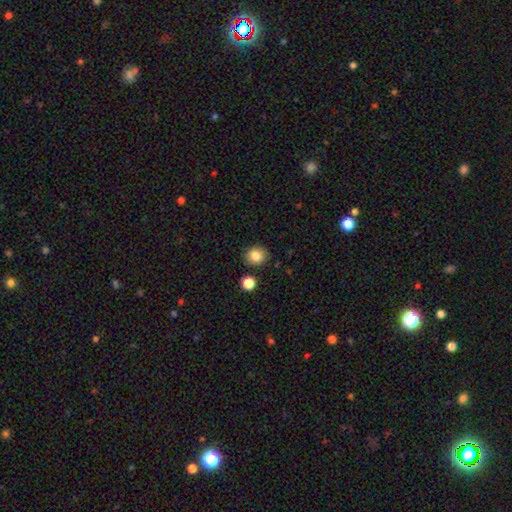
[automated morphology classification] Overall: smooth (84%). How rounded: round (84%). Merging: none (87%).